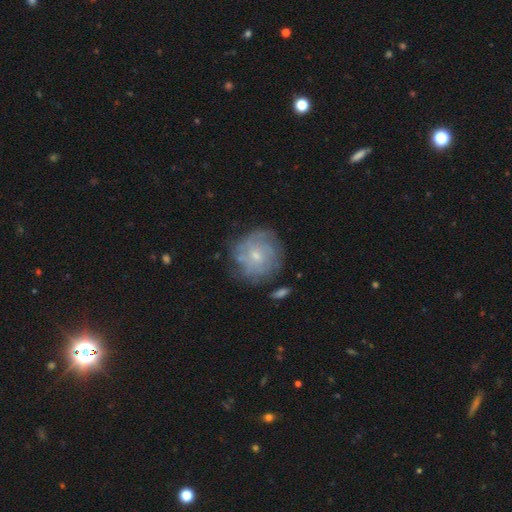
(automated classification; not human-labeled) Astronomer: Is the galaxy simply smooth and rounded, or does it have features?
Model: featured or disk — 63%.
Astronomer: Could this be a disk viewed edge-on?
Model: no — 97%.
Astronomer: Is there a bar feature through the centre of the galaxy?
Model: no — 74%.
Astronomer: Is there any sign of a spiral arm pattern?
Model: yes — 75%.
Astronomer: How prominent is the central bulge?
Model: small — 68%.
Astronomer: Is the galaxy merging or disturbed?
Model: none — 70%.